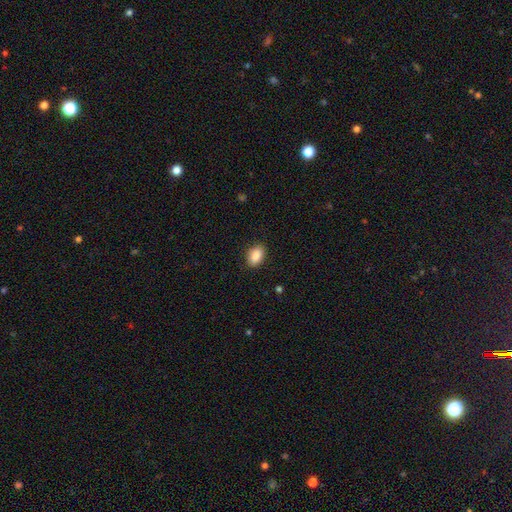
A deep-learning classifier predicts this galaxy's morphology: Smooth or featured? Predicted: smooth (p=0.89). How rounded? Predicted: in between (p=0.86). Merging? Predicted: none (p=0.87).